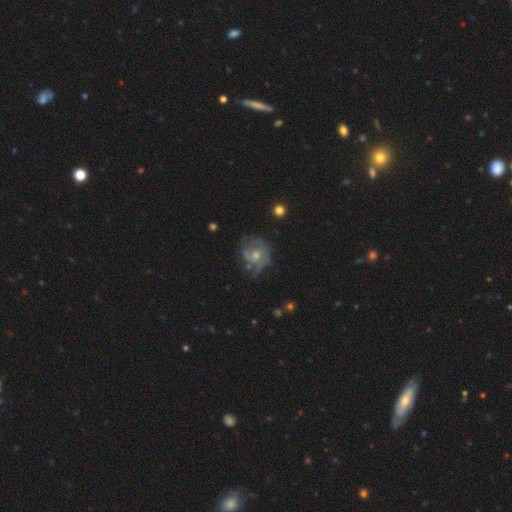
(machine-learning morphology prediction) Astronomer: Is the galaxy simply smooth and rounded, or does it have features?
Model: featured or disk — 62%.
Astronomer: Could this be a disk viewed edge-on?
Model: no — 97%.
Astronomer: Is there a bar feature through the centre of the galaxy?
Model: no — 75%.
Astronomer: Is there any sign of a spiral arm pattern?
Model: yes — 70%.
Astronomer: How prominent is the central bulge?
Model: moderate — 53% (runner-up: small, 39%).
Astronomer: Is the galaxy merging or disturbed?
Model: none — 44% (runner-up: minor disturbance, 28%).